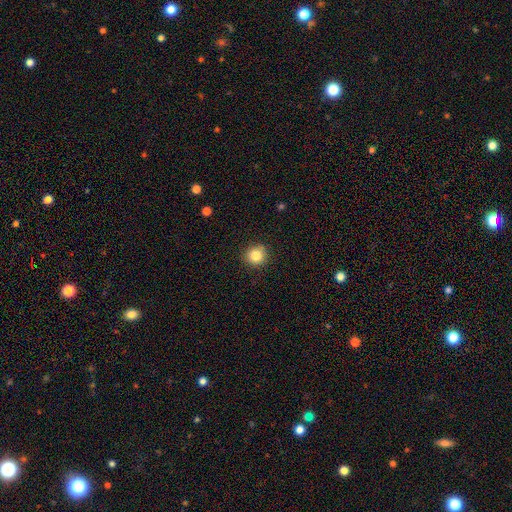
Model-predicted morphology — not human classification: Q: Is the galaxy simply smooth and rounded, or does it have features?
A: smooth — 84%.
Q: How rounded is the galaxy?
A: round — 91%.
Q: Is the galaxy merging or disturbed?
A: none — 88%.